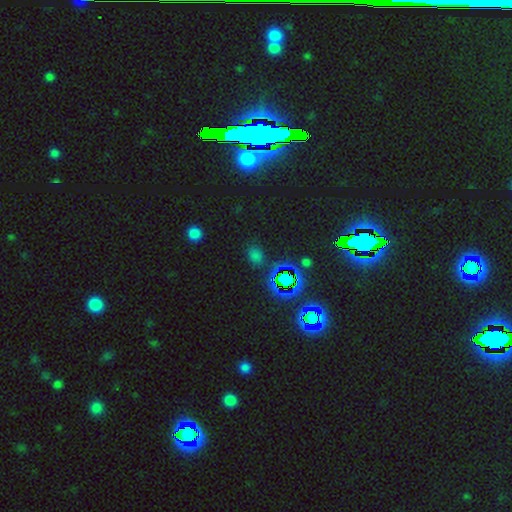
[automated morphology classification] star or artifact 49%, smooth 44%, featured or disk 7%.